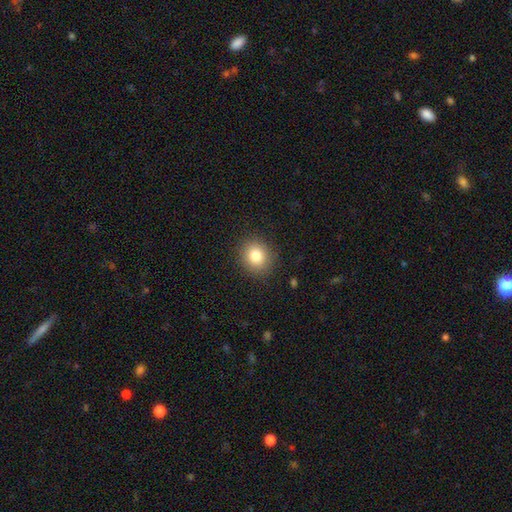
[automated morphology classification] type=smooth (83%); roundness=round (79%); merging=none (89%).